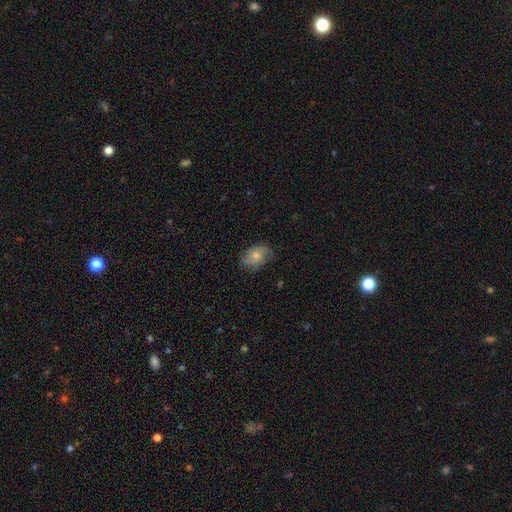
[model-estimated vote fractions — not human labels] Smooth or featured? Predicted: smooth (p=0.55). How rounded? Predicted: in between (p=0.79). Merging? Predicted: none (p=0.69).